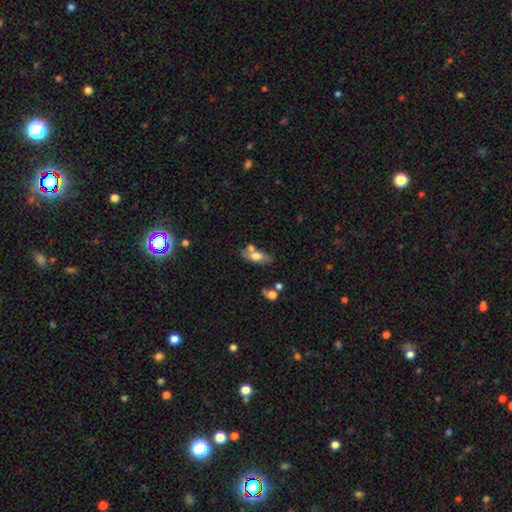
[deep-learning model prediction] smooth 63%, featured or disk 30%, star or artifact 8%. Down the decision tree: how rounded — in between (82%); merging — none (51%).